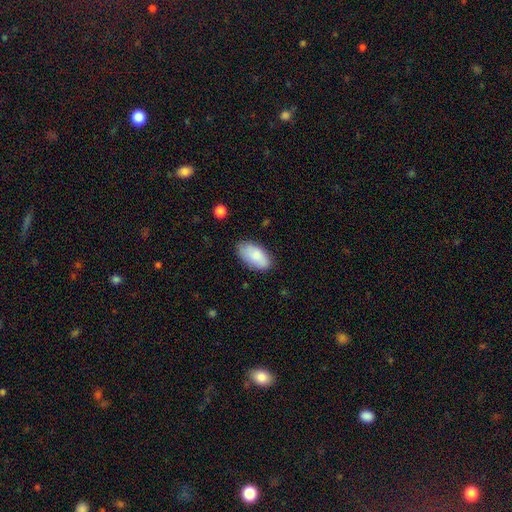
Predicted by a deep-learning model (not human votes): The model was most divided on "merging": none: 79%, minor disturbance: 16%, major disturbance: 3%, merger: 1%. More confident: how rounded — in between (95%); smooth or featured — smooth (84%).